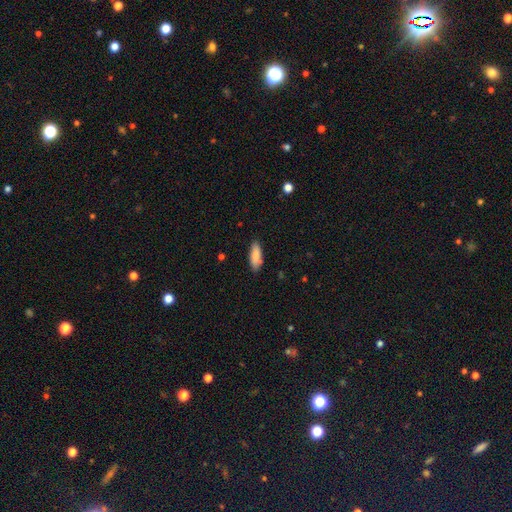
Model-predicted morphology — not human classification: Smooth or featured?
  - smooth: 84% *
  - featured or disk: 10%
  - star or artifact: 6%
How rounded?
  - in between: 64% *
  - cigar-shaped: 34%
  - round: 2%
Merging?
  - none: 83% *
  - minor disturbance: 13%
  - major disturbance: 2%
  - merger: 2%